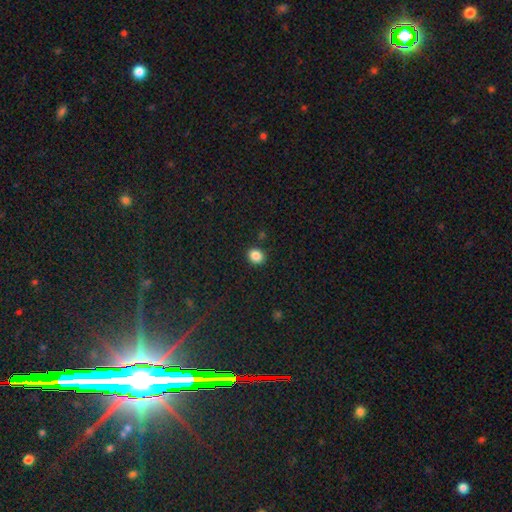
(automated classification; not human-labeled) Smooth or featured?
  - smooth: 86% *
  - star or artifact: 10%
  - featured or disk: 4%
How rounded?
  - round: 64% *
  - in between: 35%
  - cigar-shaped: 1%
Merging?
  - none: 88% *
  - minor disturbance: 7%
  - major disturbance: 2%
  - merger: 2%